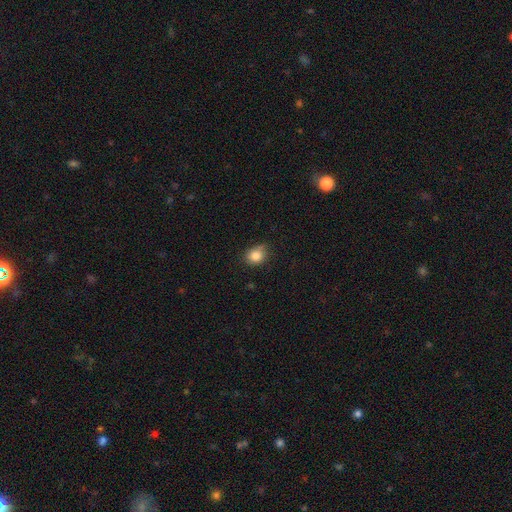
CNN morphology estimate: Smooth or featured? smooth (84%)
How rounded? round (63%)
Merging? none (62%)